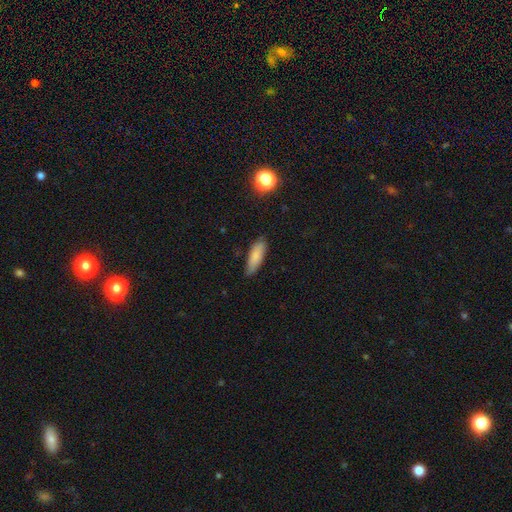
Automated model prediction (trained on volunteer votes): Overall: smooth (81%). How rounded: in between (57%; cigar-shaped 41%). Merging: none (75%).